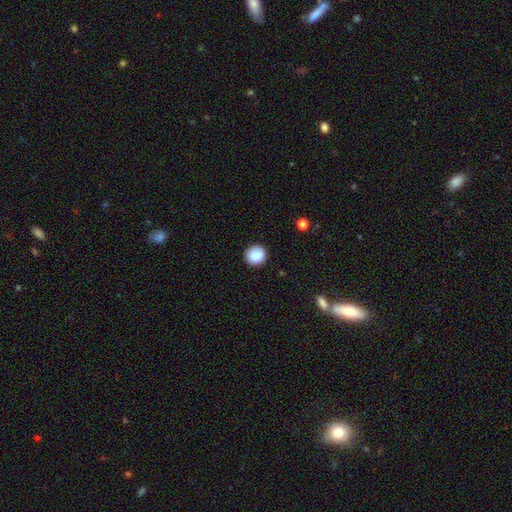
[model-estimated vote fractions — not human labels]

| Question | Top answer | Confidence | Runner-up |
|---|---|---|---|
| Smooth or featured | smooth | 86% | star or artifact (9%) |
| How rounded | round | 91% | in between (8%) |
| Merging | none | 87% | minor disturbance (9%) |